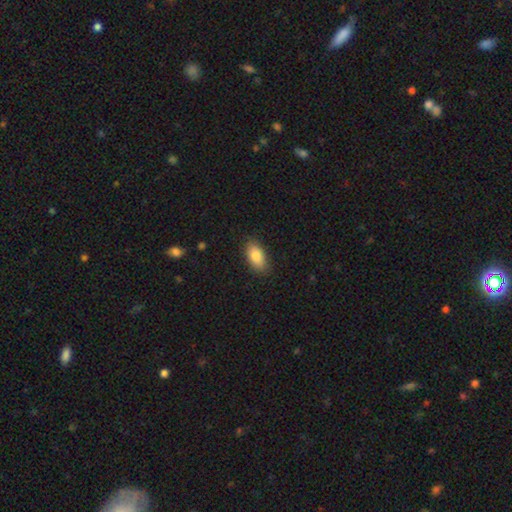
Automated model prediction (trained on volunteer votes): Smooth or featured? Predicted: smooth (p=0.84). How rounded? Predicted: in between (p=0.90). Merging? Predicted: none (p=0.85).